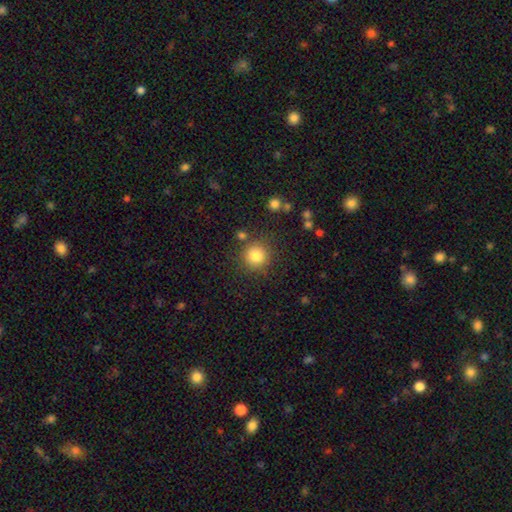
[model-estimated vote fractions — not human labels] smooth-or-featured: smooth: 83% | star or artifact: 11% | featured or disk: 6%
  how-rounded: round: 92% | in between: 7% | cigar-shaped: 1%
  merging: none: 83% | minor disturbance: 9% | merger: 5% | major disturbance: 3%